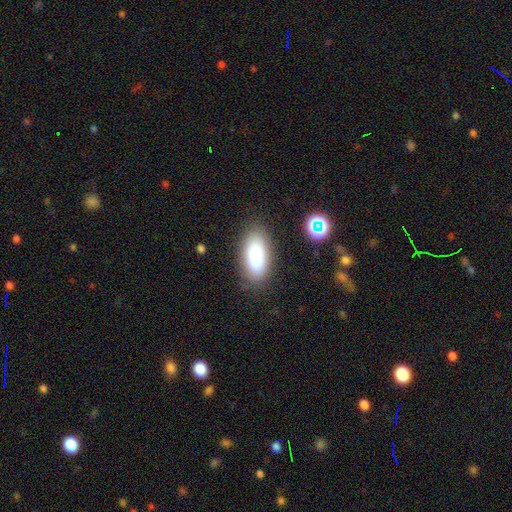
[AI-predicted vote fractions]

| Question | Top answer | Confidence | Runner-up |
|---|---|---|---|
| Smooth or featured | smooth | 85% | star or artifact (8%) |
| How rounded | in between | 90% | cigar-shaped (7%) |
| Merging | none | 84% | minor disturbance (11%) |